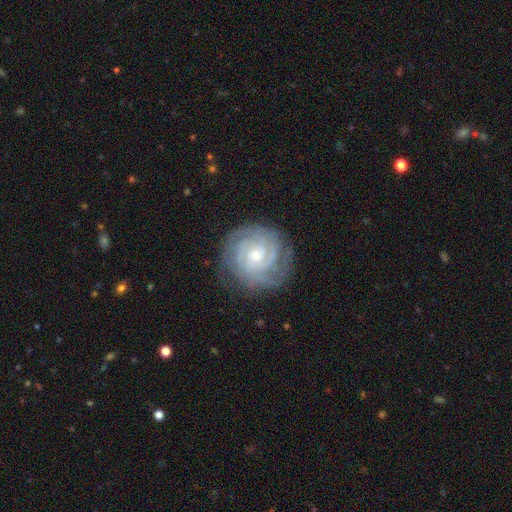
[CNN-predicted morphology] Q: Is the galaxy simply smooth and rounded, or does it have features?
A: featured or disk — 87%.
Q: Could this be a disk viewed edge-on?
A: no — 98%.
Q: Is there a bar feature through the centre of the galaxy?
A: no — 62%.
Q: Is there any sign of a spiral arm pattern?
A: yes — 98%.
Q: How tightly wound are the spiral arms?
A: tight — 79%.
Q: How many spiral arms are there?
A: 3 — 27%.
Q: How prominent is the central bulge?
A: small — 55%.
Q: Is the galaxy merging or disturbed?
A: none — 81%.